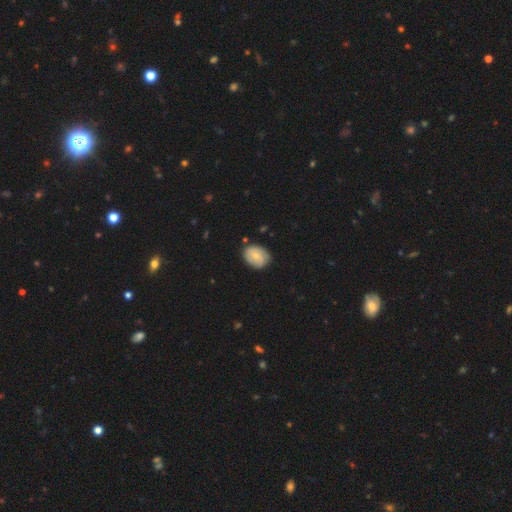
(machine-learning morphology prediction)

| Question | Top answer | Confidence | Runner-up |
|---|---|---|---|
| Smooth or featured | smooth | 55% | featured or disk (38%) |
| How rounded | in between | 57% | round (42%) |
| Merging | none | 78% | minor disturbance (17%) |